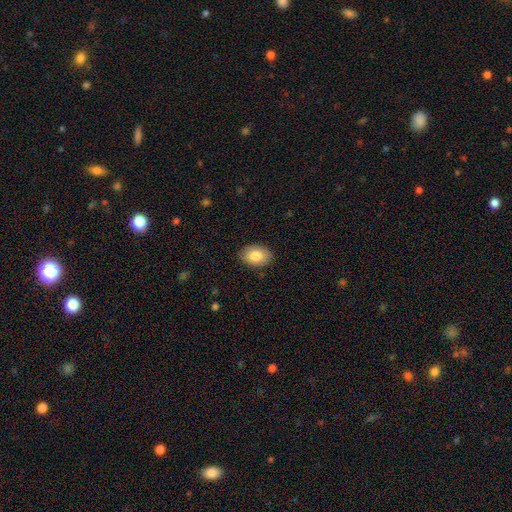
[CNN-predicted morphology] Q: Smooth or featured?
A: smooth (84%); runner-up: featured or disk (9%)
Q: How rounded?
A: in between (81%); runner-up: round (18%)
Q: Merging?
A: none (88%); runner-up: minor disturbance (9%)